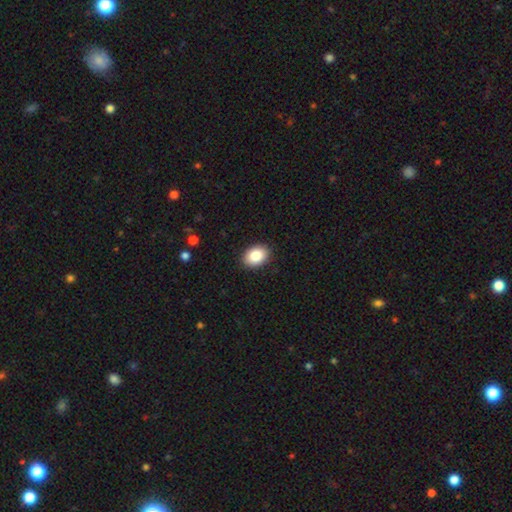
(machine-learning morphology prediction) The model was most divided on "how rounded": in between: 77%, round: 22%, cigar-shaped: 1%. More confident: merging — none (90%); smooth or featured — smooth (87%).